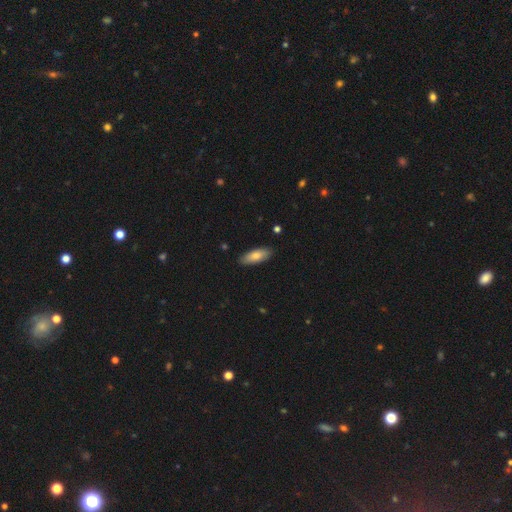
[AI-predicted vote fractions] Q: Smooth or featured?
A: smooth (77%); runner-up: featured or disk (17%)
Q: How rounded?
A: in between (67%); runner-up: cigar-shaped (31%)
Q: Merging?
A: none (88%); runner-up: minor disturbance (9%)